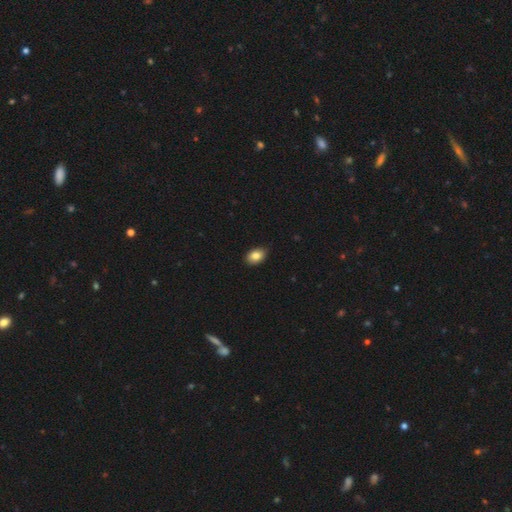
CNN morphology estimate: smooth 85%, star or artifact 8%, featured or disk 7%. Down the decision tree: how rounded — in between (82%); merging — none (84%).